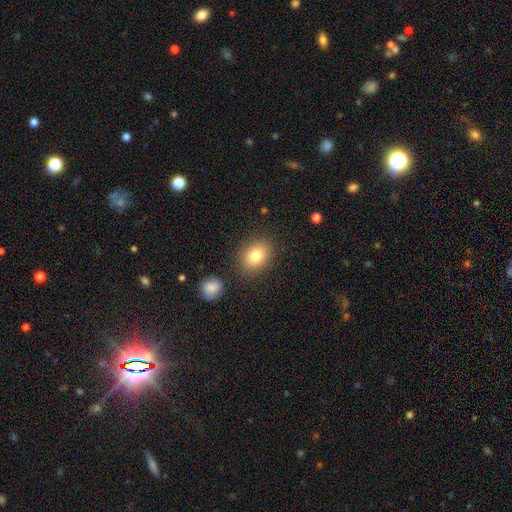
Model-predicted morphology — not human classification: Smooth or featured?
  - smooth: 80% *
  - featured or disk: 10%
  - star or artifact: 10%
How rounded?
  - in between: 58% *
  - round: 41%
  - cigar-shaped: 1%
Merging?
  - none: 84% *
  - minor disturbance: 10%
  - merger: 3%
  - major disturbance: 3%